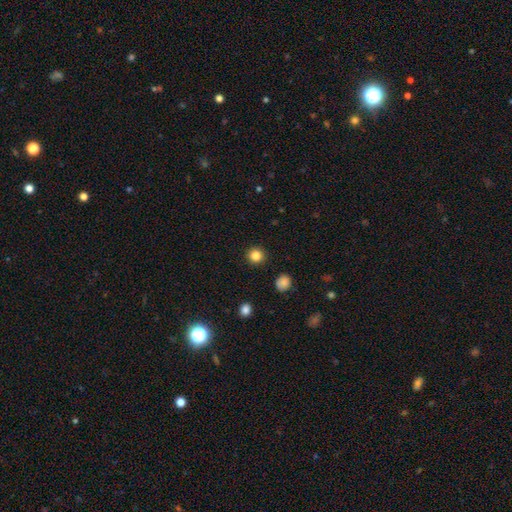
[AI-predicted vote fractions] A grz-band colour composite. It shows a smooth galaxy with no disk features (84%) that is round (94%). Merging: none (92%).